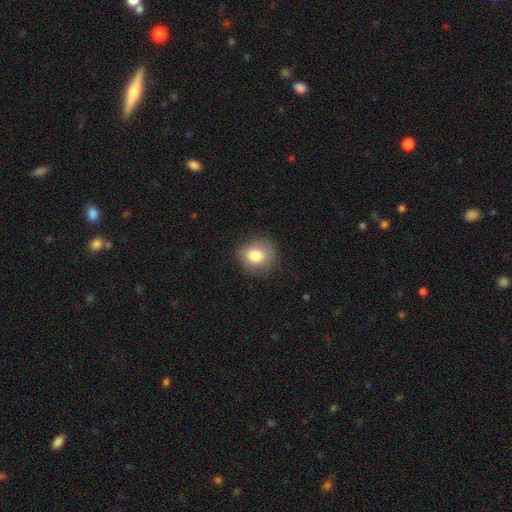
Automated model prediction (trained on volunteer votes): smooth-or-featured: smooth: 82% | star or artifact: 9% | featured or disk: 9%
  how-rounded: round: 78% | in between: 21% | cigar-shaped: 1%
  merging: none: 82% | minor disturbance: 13% | major disturbance: 4% | merger: 1%